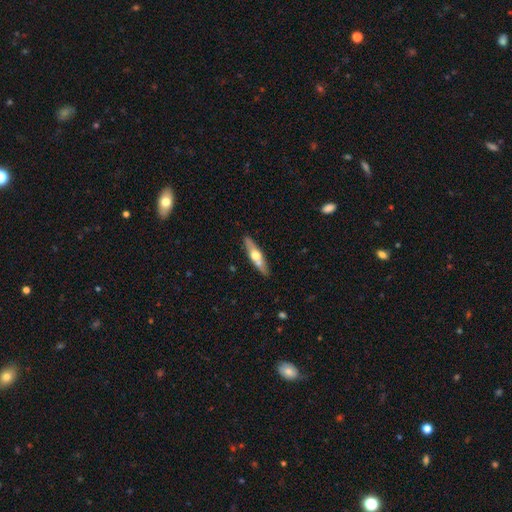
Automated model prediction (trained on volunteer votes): smooth-or-featured: featured or disk: 56% | smooth: 38% | star or artifact: 5%
  disk-edge-on: yes: 88% | no: 12%
  merging: none: 81% | minor disturbance: 10% | merger: 6% | major disturbance: 2%